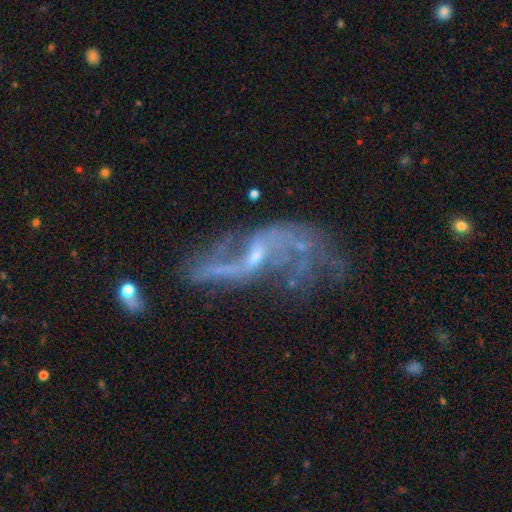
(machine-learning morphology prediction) Smooth or featured?
  - featured or disk: 80% *
  - star or artifact: 12%
  - smooth: 8%
Edge-on disk?
  - no: 92% *
  - yes: 8%
Bar?
  - no: 47% *
  - weak: 38%
  - strong: 15%
Spiral arms?
  - yes: 79% *
  - no: 21%
Spiral winding?
  - loose: 83% *
  - medium: 12%
  - tight: 5%
Spiral arm count?
  - 2: 66% *
  - can't tell: 13%
  - 1: 9%
  - 3: 6%
  - 4: 3%
  - more than 4: 3%
Bulge size?
  - small: 65% *
  - none: 17%
  - moderate: 15%
  - large: 1%
  - dominant: 1%
Merging?
  - none: 37% *
  - major disturbance: 31%
  - minor disturbance: 18%
  - merger: 14%